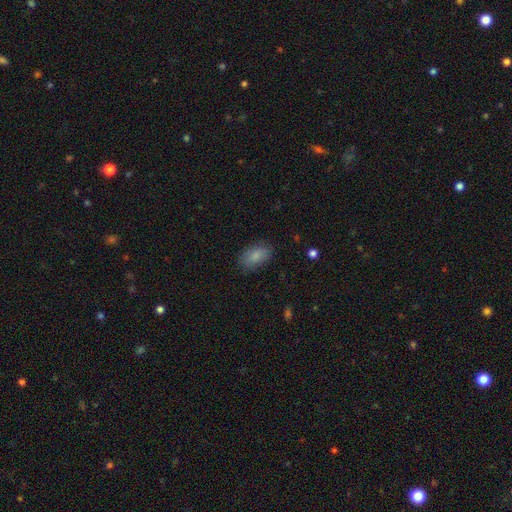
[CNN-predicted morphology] Smooth or featured? Predicted: smooth (p=0.84). How rounded? Predicted: in between (p=0.92). Merging? Predicted: none (p=0.82).